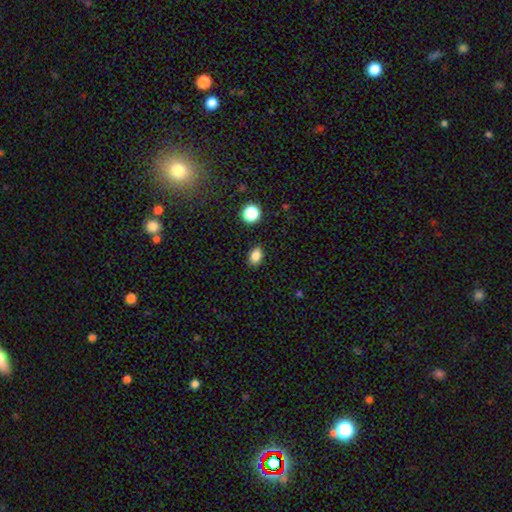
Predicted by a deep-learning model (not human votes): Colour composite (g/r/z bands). It shows a smooth galaxy with no disk features (84%) that is in between round and cigar-shaped (77%). Merging: none (87%).